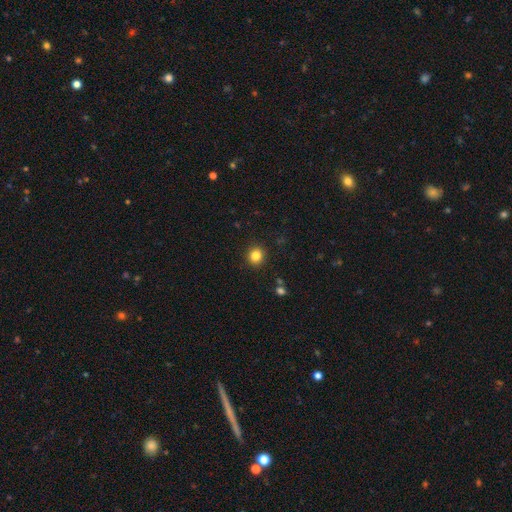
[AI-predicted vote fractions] The model was most divided on "smooth or featured": smooth: 83%, star or artifact: 12%, featured or disk: 5%. More confident: merging — none (91%); how rounded — round (91%).